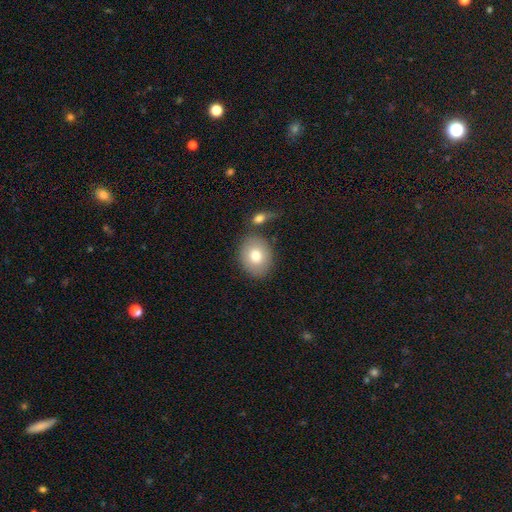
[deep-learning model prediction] Overall: smooth (78%). How rounded: in between (54%; round 45%). Merging: none (75%).